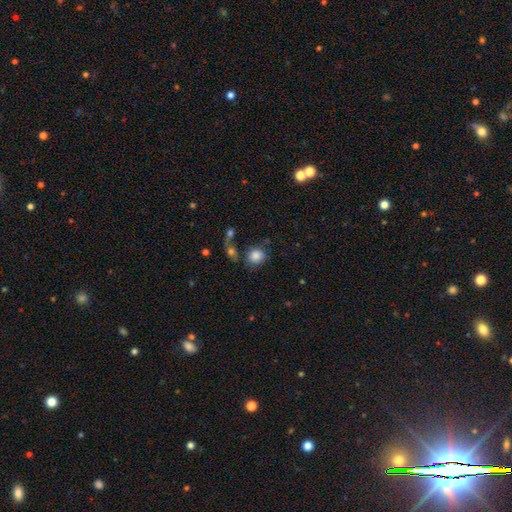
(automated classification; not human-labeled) Smooth or featured: smooth — 85% (star or artifact — 9%)
How rounded: round — 78% (in between — 20%)
Merging: none — 66% (minor disturbance — 15%)